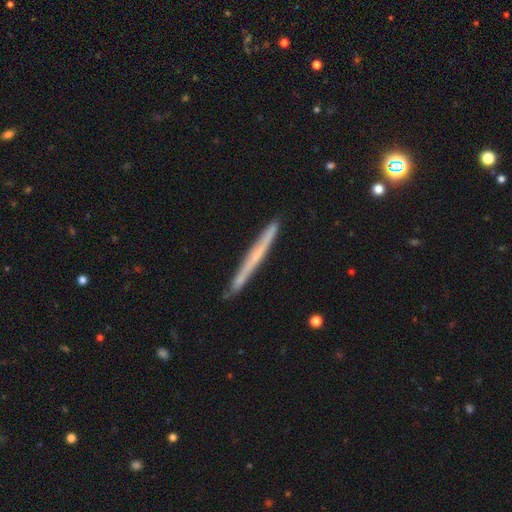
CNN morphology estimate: smooth_or_featured: featured or disk (p=0.51) [alt: smooth p=0.42]
disk_edge_on: yes (p=0.97) [alt: no p=0.03]
merging: none (p=0.89) [alt: minor disturbance p=0.08]